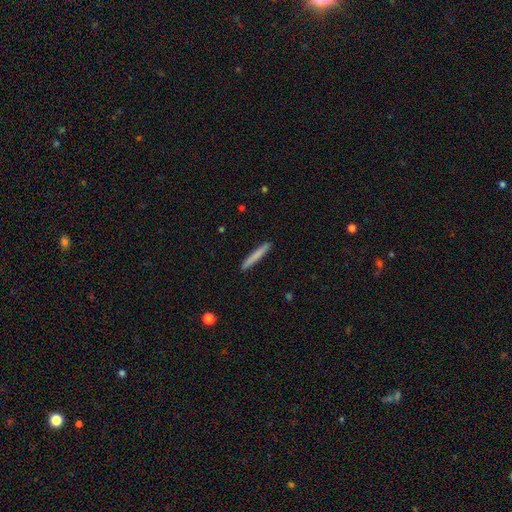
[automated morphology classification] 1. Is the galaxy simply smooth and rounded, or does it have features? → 76% smooth, 19% featured or disk, 6% star or artifact.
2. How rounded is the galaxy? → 96% cigar-shaped, 3% in between, 1% round.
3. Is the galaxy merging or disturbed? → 92% none, 6% minor disturbance, 1% major disturbance, 1% merger.